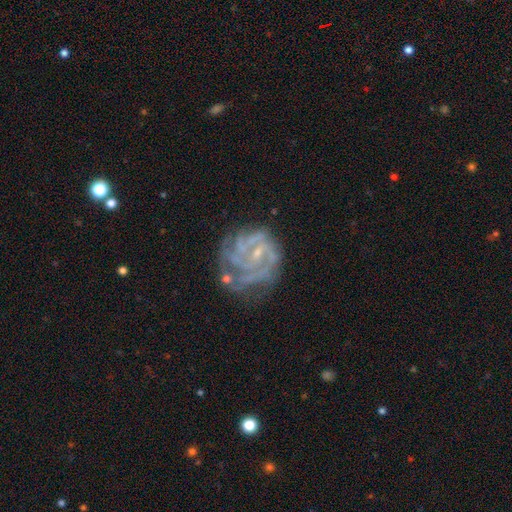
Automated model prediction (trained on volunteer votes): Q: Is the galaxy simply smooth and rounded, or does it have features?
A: featured or disk — 82%.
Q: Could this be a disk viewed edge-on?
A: no — 98%.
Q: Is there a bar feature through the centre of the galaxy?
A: no — 57%.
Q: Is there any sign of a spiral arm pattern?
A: yes — 90%.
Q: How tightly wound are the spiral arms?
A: tight — 60%.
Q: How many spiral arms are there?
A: can't tell — 29%.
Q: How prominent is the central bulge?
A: small — 71%.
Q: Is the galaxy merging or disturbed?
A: none — 56%.